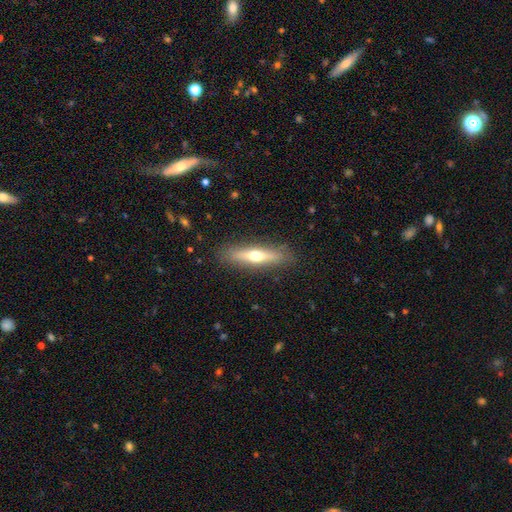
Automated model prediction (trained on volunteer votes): Overall: featured or disk (48%; smooth 45%). Merging: none (88%).